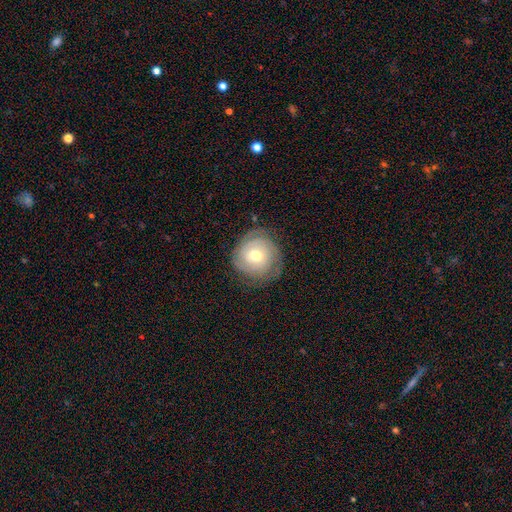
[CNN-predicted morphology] type=featured or disk (59%); edge-on=no (97%); bar=no (72%); spiral arms=yes (82%); bulge=moderate (72%); merging=none (73%).